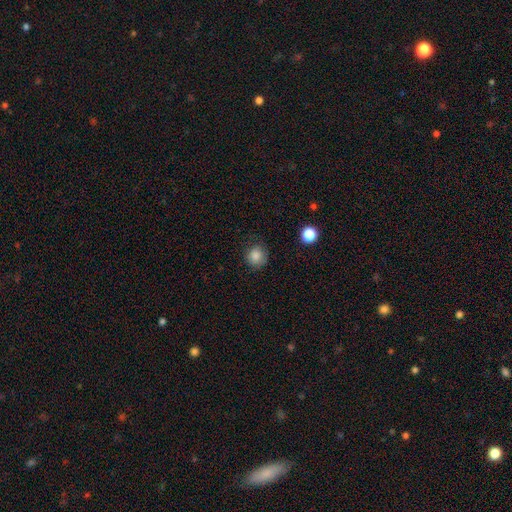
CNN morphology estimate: smooth-or-featured: smooth: 84% | star or artifact: 10% | featured or disk: 6%
  how-rounded: round: 88% | in between: 11% | cigar-shaped: 1%
  merging: none: 79% | minor disturbance: 15% | major disturbance: 4% | merger: 1%